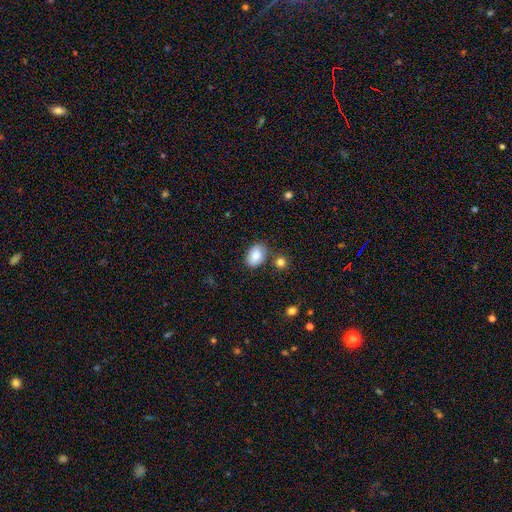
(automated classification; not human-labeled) Smooth or featured: smooth — 84% (featured or disk — 8%)
How rounded: in between — 85% (round — 13%)
Merging: none — 72% (minor disturbance — 17%)